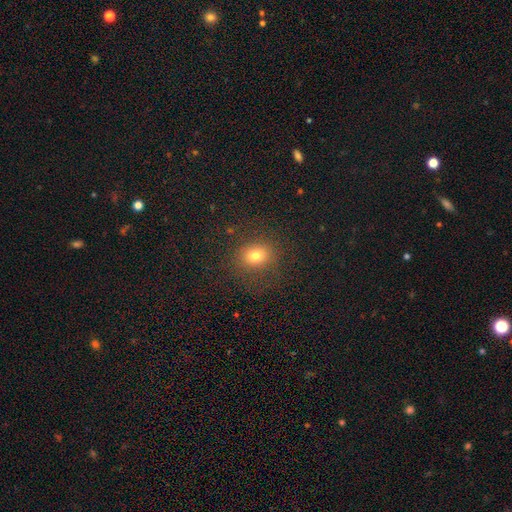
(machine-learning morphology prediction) Smooth or featured?
  - smooth: 75% *
  - star or artifact: 15%
  - featured or disk: 9%
How rounded?
  - round: 61% *
  - in between: 38%
  - cigar-shaped: 1%
Merging?
  - none: 83% *
  - minor disturbance: 10%
  - major disturbance: 5%
  - merger: 1%